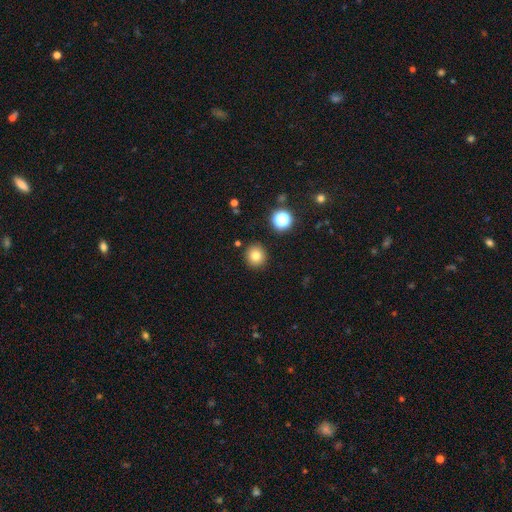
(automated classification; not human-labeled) A smooth galaxy with no disk features (79%) that is round (92%). Merging: none (90%).